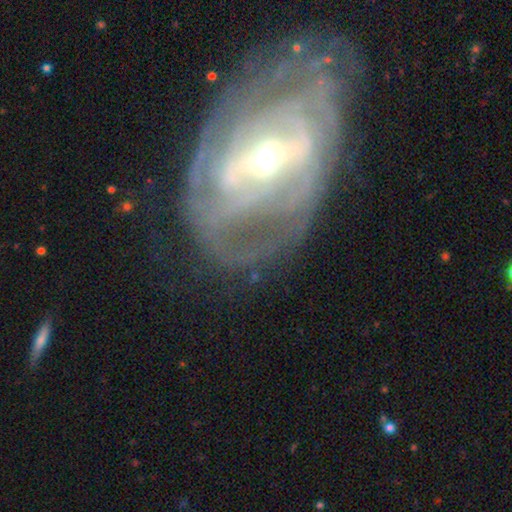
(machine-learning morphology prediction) This appears to be a featured or disk galaxy (84%) with a strong bar (51%), tight (62%) spiral arms (82%) and a moderate central bulge (51%). Merging: none (67%).